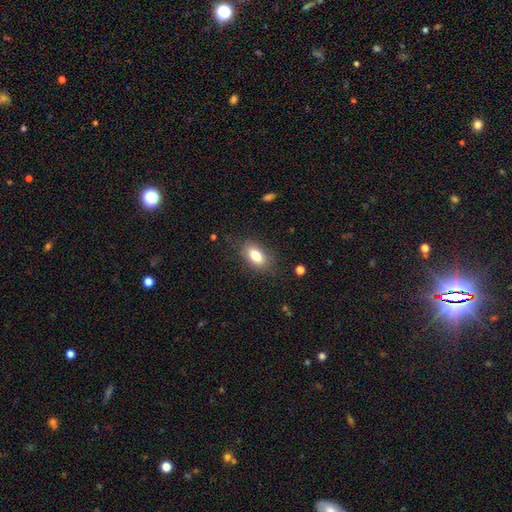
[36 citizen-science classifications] Smooth or featured? smooth (64%)
How rounded? in between (100%)
Merging? none (82%)